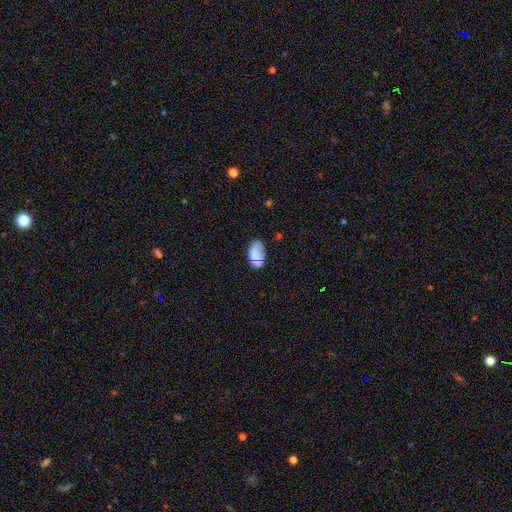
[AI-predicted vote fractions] This appears to be a smooth galaxy with no disk features (77%) that is in between round and cigar-shaped (93%). Merging: none (64%).